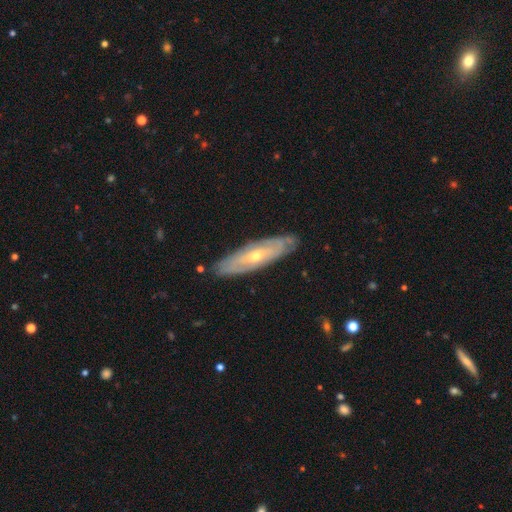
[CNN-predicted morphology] A featured or disk galaxy (73%).

Vote fractions:
- Smooth or featured? featured or disk: 73% / smooth: 21% / star or artifact: 6%
- Edge-on disk? no: 66% / yes: 34%
- Merging? none: 85% / minor disturbance: 12% / major disturbance: 2% / merger: 1%